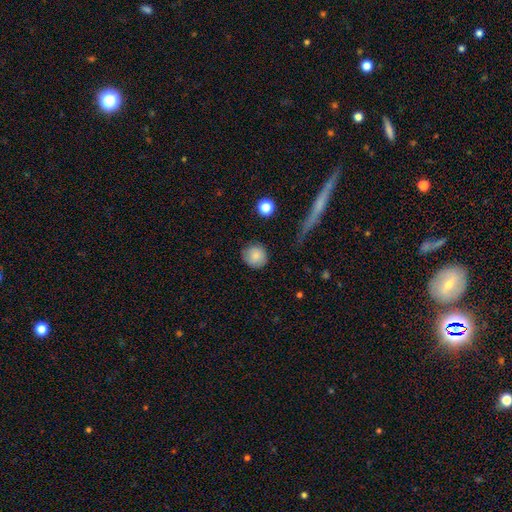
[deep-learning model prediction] smooth 84%, star or artifact 8%, featured or disk 7%. Down the decision tree: how rounded — round (91%); merging — none (82%).